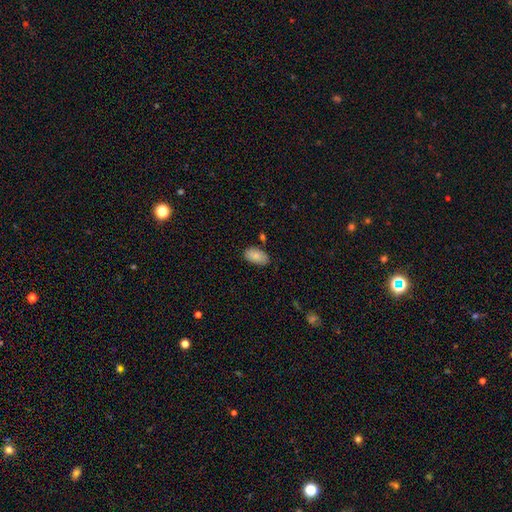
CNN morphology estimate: smooth-or-featured: smooth: 85% | featured or disk: 8% | star or artifact: 7%
  how-rounded: in between: 95% | round: 3% | cigar-shaped: 2%
  merging: none: 77% | minor disturbance: 16% | merger: 4% | major disturbance: 3%